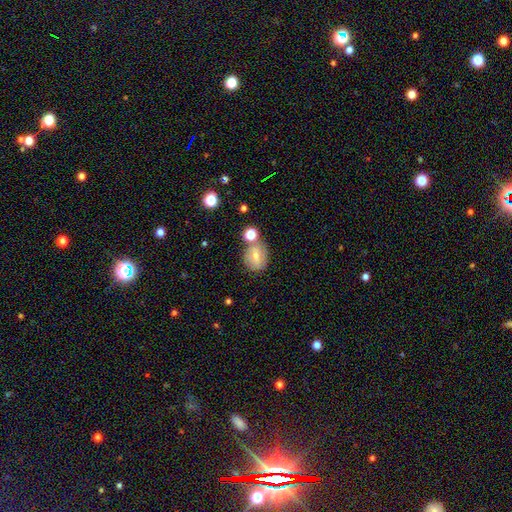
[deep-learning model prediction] smooth_or_featured: smooth (p=0.61) [alt: featured or disk p=0.28]
how_rounded: round (p=0.50) [alt: in between p=0.48]
merging: none (p=0.56) [alt: merger p=0.24]